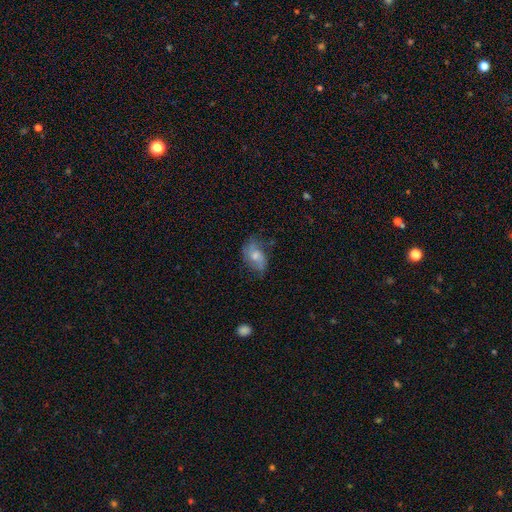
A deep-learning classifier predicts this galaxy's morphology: type=featured or disk (51%); edge-on=no (95%); merging=none (54%).